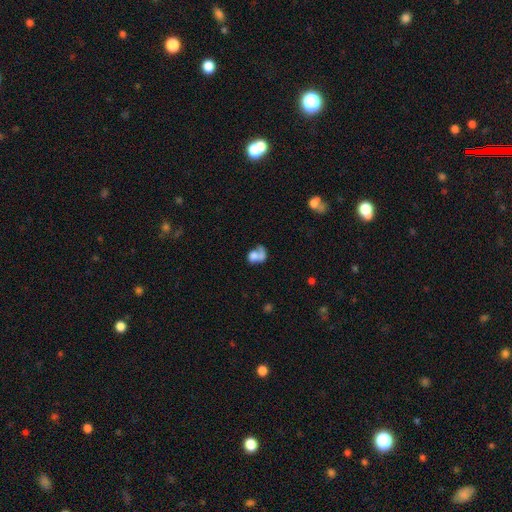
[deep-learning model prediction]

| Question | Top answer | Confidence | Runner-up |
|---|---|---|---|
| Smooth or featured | smooth | 56% | featured or disk (34%) |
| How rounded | in between | 59% | round (40%) |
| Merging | merger | 40% | major disturbance (25%) |